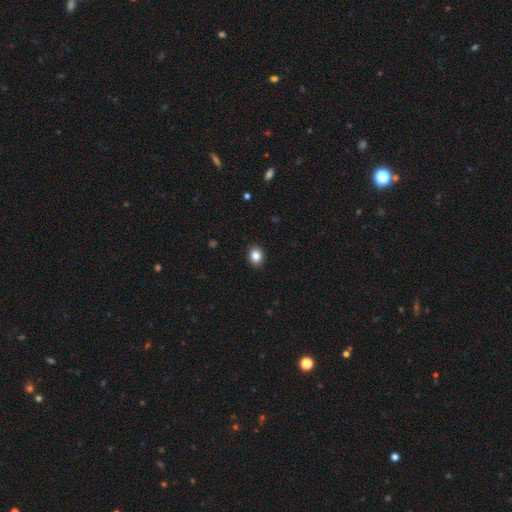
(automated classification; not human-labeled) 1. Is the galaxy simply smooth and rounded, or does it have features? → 84% smooth, 10% star or artifact, 6% featured or disk.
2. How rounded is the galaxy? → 57% round, 42% in between, 1% cigar-shaped.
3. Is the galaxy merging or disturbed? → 91% none, 7% minor disturbance, 2% major disturbance, 1% merger.